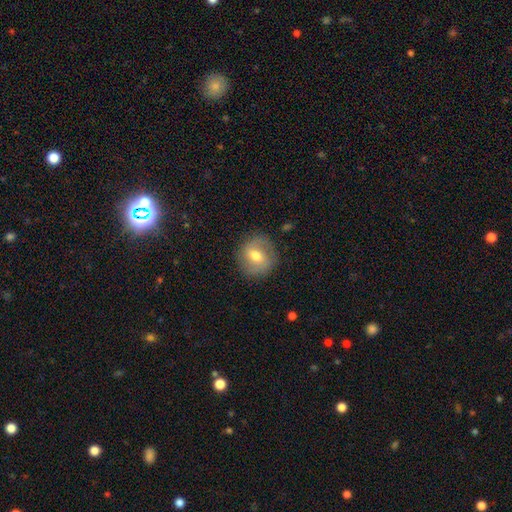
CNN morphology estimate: Smooth or featured? smooth (52%)
How rounded? round (84%)
Merging? none (82%)